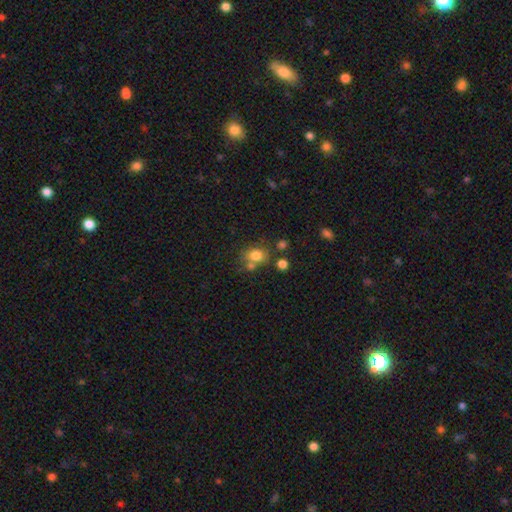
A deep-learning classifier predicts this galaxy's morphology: A smooth galaxy with no disk features (78%) that is in between round and cigar-shaped (53%). Merging: none (57%).